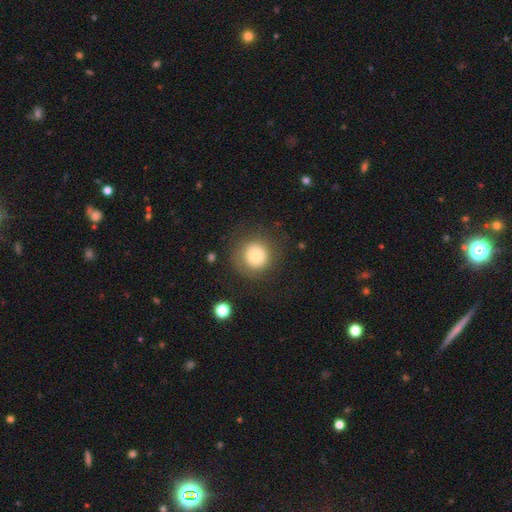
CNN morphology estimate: Smooth or featured?
  - smooth: 76% *
  - featured or disk: 14%
  - star or artifact: 10%
How rounded?
  - round: 93% *
  - in between: 6%
  - cigar-shaped: 1%
Merging?
  - none: 79% *
  - minor disturbance: 12%
  - major disturbance: 8%
  - merger: 2%